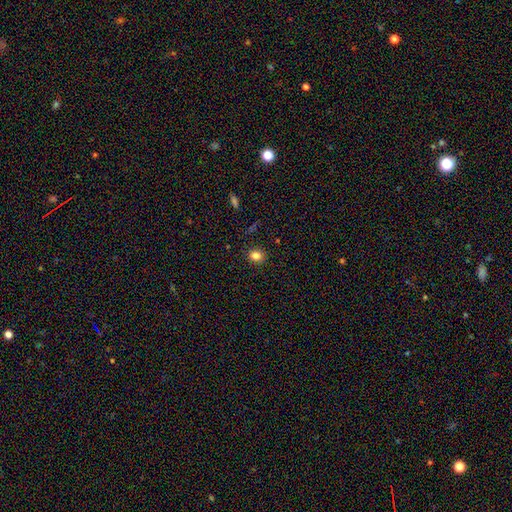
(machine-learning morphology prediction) type=smooth (82%); roundness=round (74%); merging=none (90%).